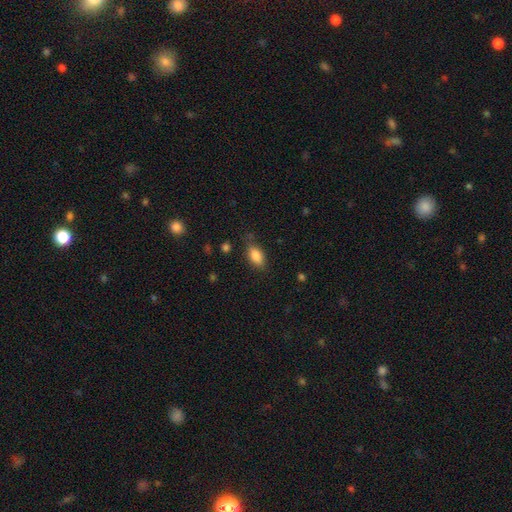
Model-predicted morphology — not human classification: smooth 84%, featured or disk 9%, star or artifact 8%. Down the decision tree: how rounded — in between (87%); merging — none (75%).